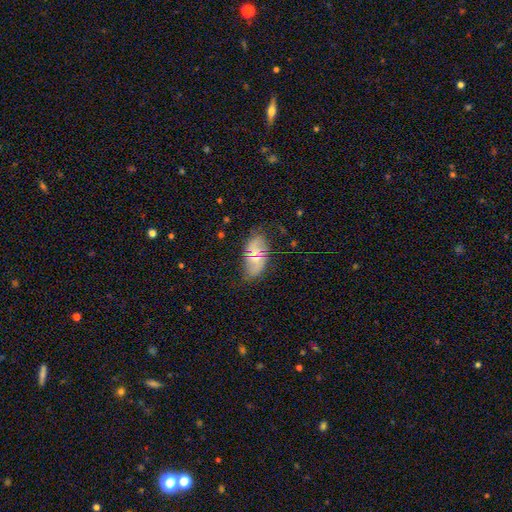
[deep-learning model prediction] smooth_or_featured: smooth (p=0.50) [alt: featured or disk p=0.41]
how_rounded: in between (p=0.91) [alt: round p=0.05]
merging: none (p=0.71) [alt: minor disturbance p=0.20]